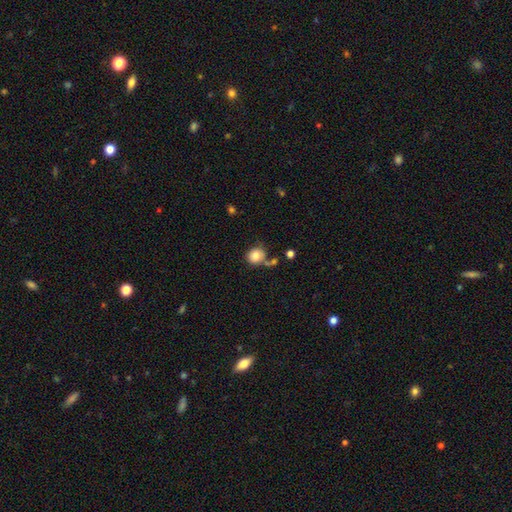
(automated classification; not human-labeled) The model was most divided on "merging": none: 59%, minor disturbance: 18%, merger: 17%, major disturbance: 6%. More confident: smooth or featured — smooth (83%); how rounded — round (76%).